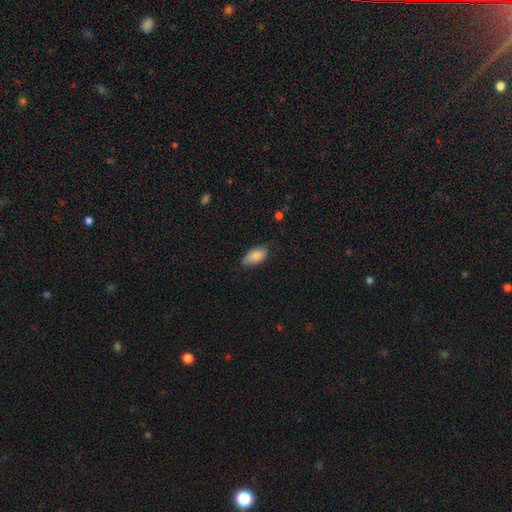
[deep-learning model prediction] Morphology: type=smooth (84%); roundness=in between (92%); merging=none (72%).